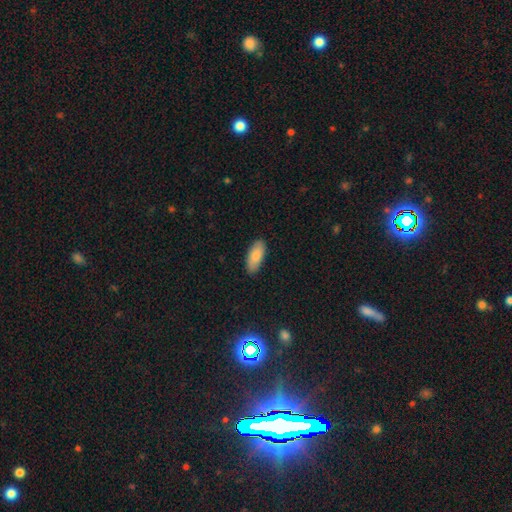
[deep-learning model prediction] smooth 86%, featured or disk 9%, star or artifact 6%. Down the decision tree: how rounded — in between (85%); merging — none (87%).